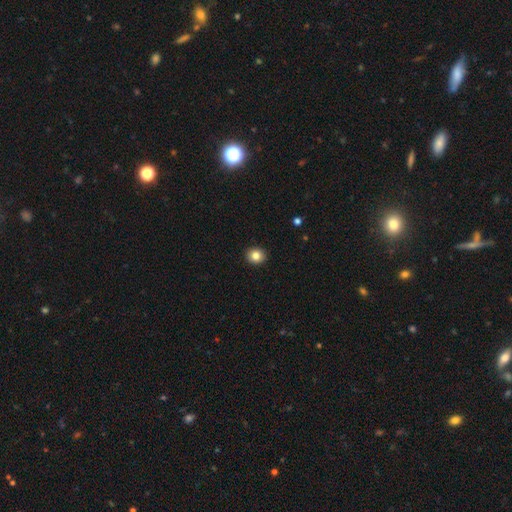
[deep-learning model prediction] smooth_or_featured: smooth (p=0.84) [alt: star or artifact p=0.10]
how_rounded: round (p=0.77) [alt: in between p=0.22]
merging: none (p=0.92) [alt: minor disturbance p=0.05]